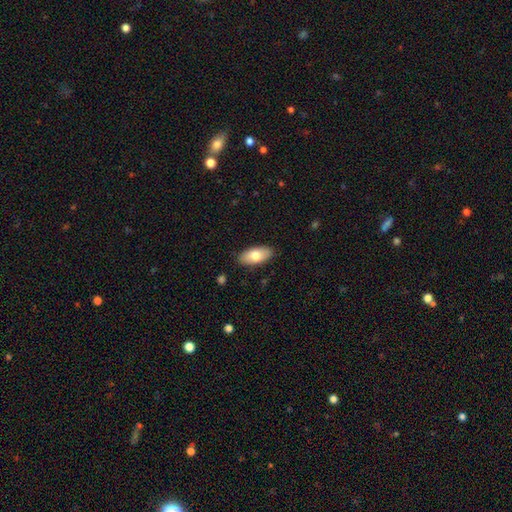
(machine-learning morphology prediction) Smooth or featured?
  - smooth: 75% *
  - featured or disk: 19%
  - star or artifact: 6%
How rounded?
  - in between: 91% *
  - cigar-shaped: 6%
  - round: 3%
Merging?
  - none: 88% *
  - minor disturbance: 9%
  - major disturbance: 2%
  - merger: 1%